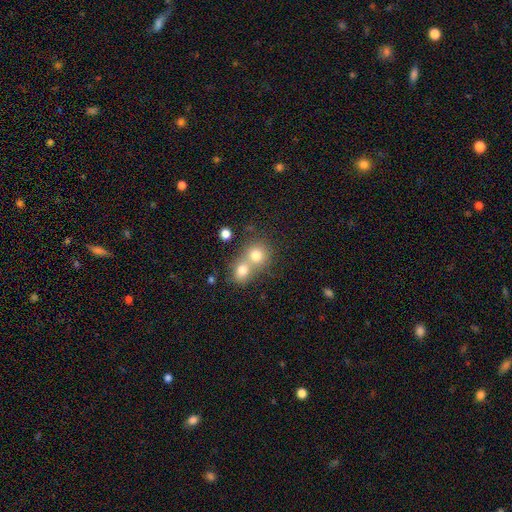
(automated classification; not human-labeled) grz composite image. It shows a smooth galaxy with no disk features (76%) that is round (78%). Merging: merger (61%).